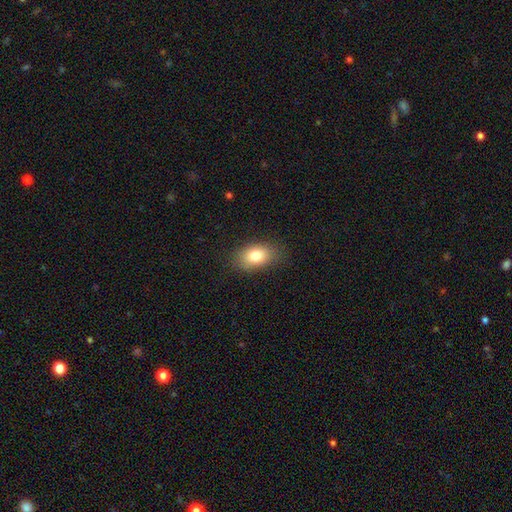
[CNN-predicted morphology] Overall: smooth (81%). How rounded: in between (86%). Merging: none (82%).